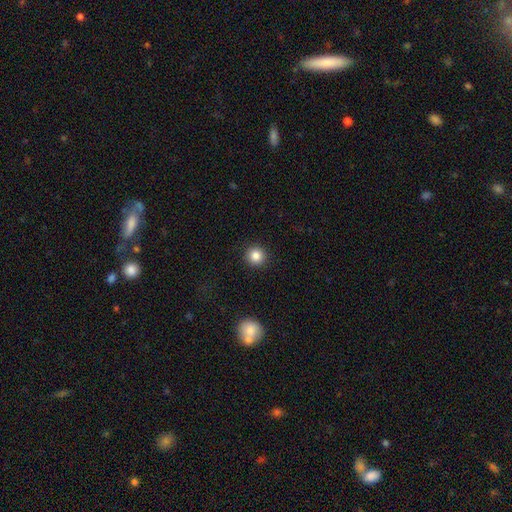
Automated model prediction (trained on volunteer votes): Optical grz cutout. It shows a smooth galaxy with no disk features (85%) that is round (94%). Merging: none (92%).